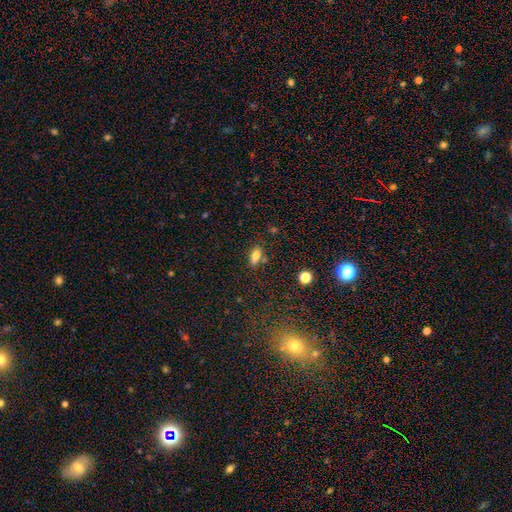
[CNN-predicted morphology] Smooth or featured?
  - smooth: 75% *
  - featured or disk: 13%
  - star or artifact: 12%
How rounded?
  - in between: 80% *
  - cigar-shaped: 13%
  - round: 7%
Merging?
  - none: 76% *
  - minor disturbance: 14%
  - merger: 7%
  - major disturbance: 4%